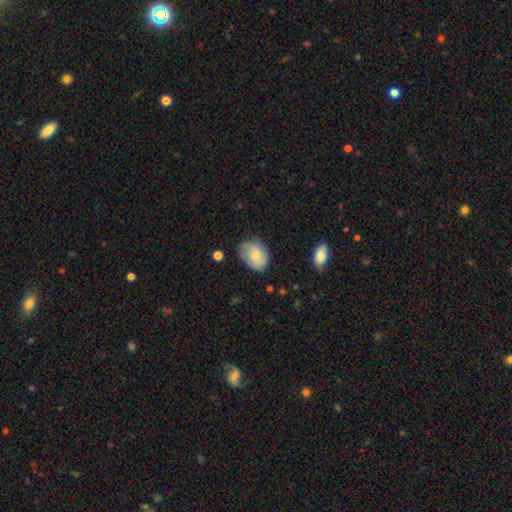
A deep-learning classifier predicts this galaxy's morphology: A smooth galaxy with no disk features (59%) that is in between round and cigar-shaped (73%).

Vote fractions:
- Smooth or featured? smooth: 59% / featured or disk: 34% / star or artifact: 7%
- How rounded? in between: 73% / round: 26% / cigar-shaped: 1%
- Merging? none: 69% / minor disturbance: 24% / major disturbance: 6% / merger: 2%